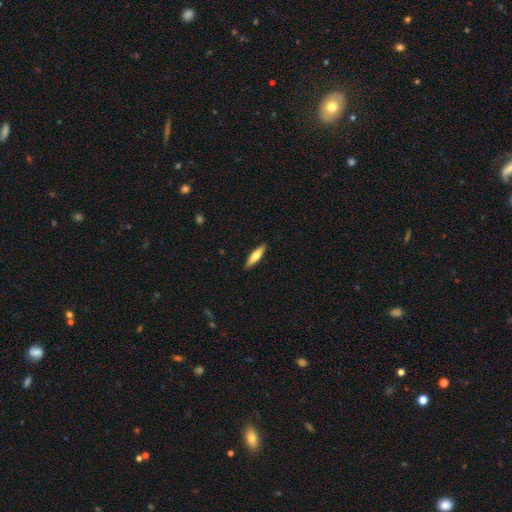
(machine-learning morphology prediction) smooth-or-featured: smooth: 59% | featured or disk: 36% | star or artifact: 5%
  how-rounded: cigar-shaped: 73% | in between: 25% | round: 2%
  merging: none: 90% | minor disturbance: 7% | major disturbance: 2% | merger: 1%